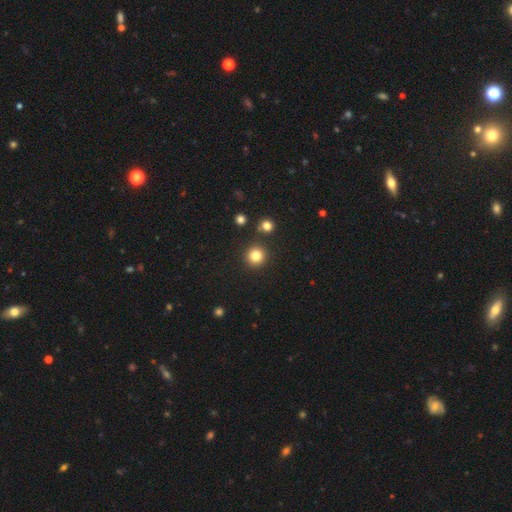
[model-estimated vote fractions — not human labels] Overall: smooth (82%). How rounded: round (94%). Merging: none (88%).